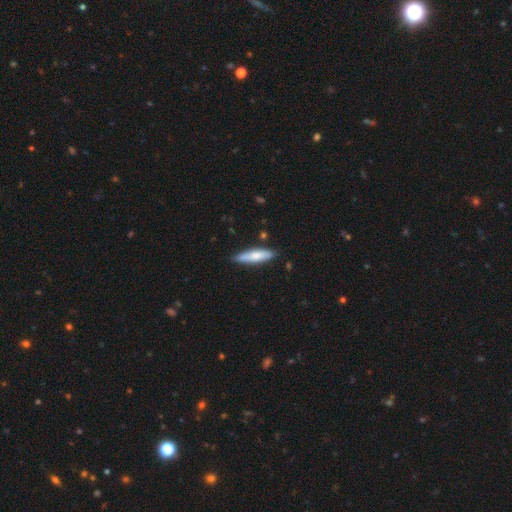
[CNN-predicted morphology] This is likely a smooth galaxy (71%). How rounded: likely cigar-shaped (74%). Merging: clearly none (83%).